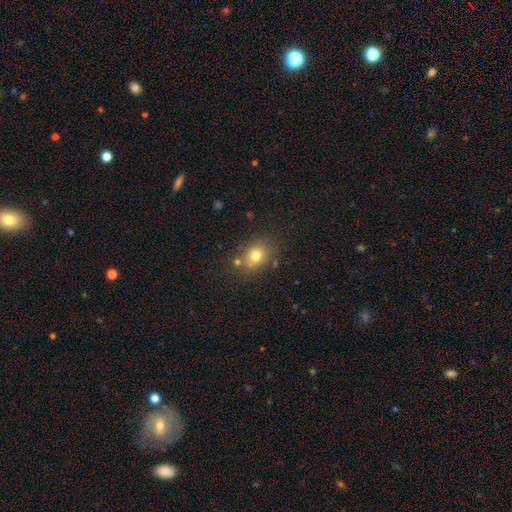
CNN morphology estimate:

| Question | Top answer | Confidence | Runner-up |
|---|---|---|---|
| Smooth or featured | smooth | 75% | star or artifact (14%) |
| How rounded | round | 56% | in between (43%) |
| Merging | none | 73% | minor disturbance (13%) |